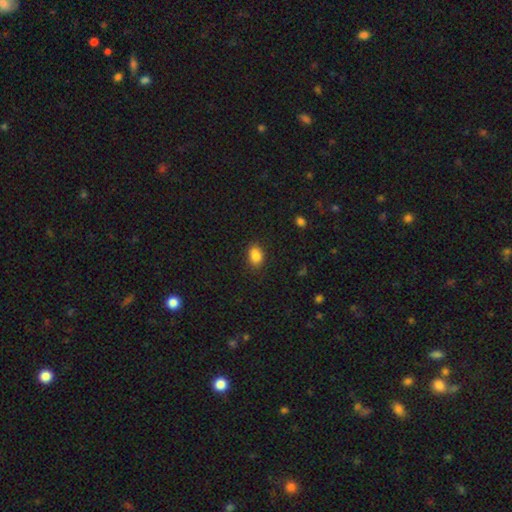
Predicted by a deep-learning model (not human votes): A smooth galaxy with no disk features (86%) that is in between round and cigar-shaped (75%). Merging: none (81%).